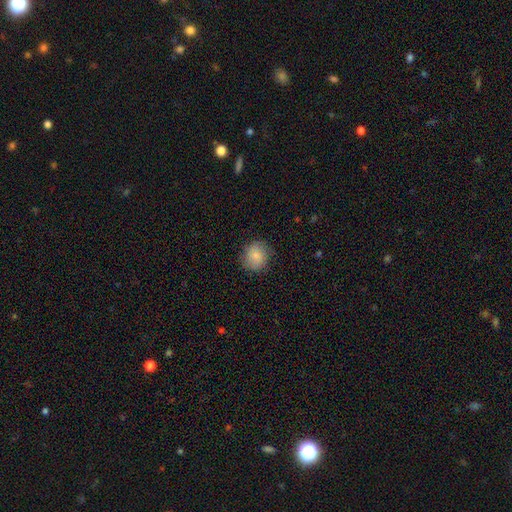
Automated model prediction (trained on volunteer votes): smooth 81%, featured or disk 11%, star or artifact 8%. Down the decision tree: how rounded — round (85%); merging — none (83%).